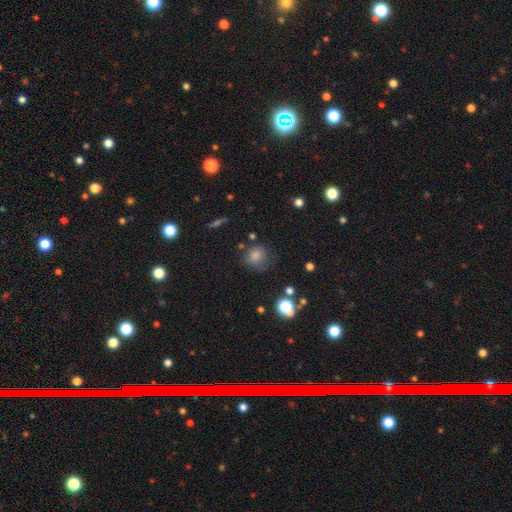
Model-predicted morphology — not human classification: A smooth galaxy with no disk features (77%) that is round (81%). Merging: none (62%).